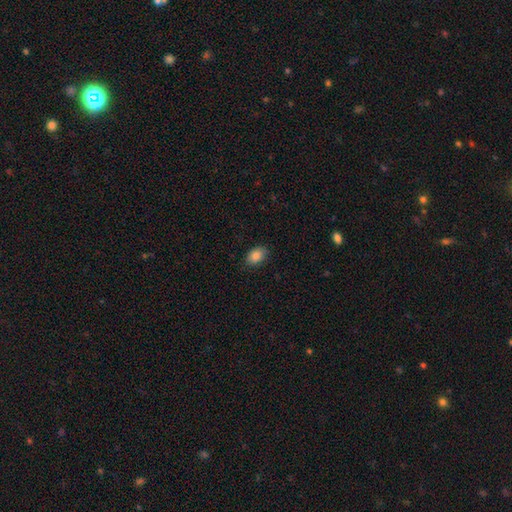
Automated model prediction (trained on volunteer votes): Smooth or featured? smooth (86%)
How rounded? in between (85%)
Merging? none (85%)